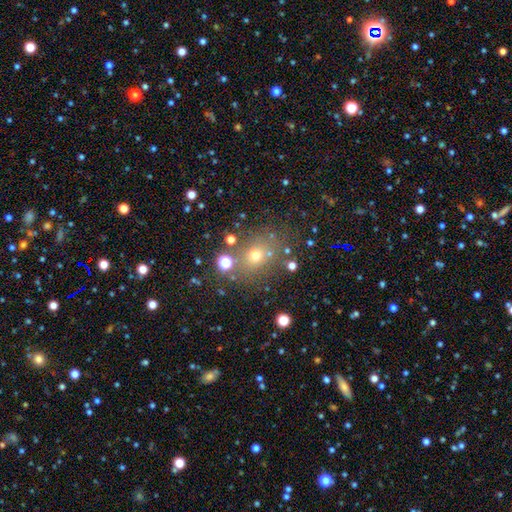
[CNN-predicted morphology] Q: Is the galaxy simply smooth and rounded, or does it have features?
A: smooth — 62%.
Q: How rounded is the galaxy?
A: round — 64%.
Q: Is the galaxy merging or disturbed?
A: none — 75%.